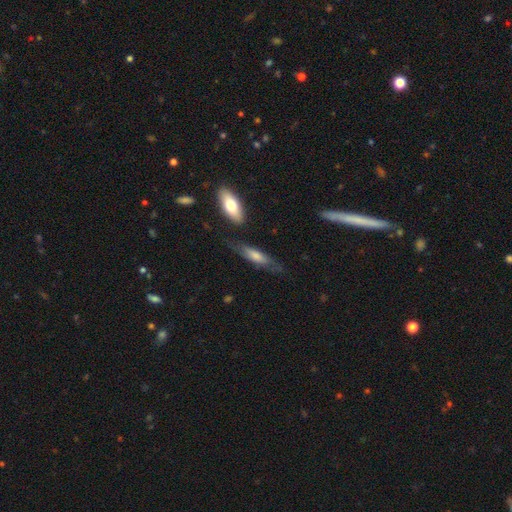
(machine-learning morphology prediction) Smooth or featured: smooth — 59% (featured or disk — 35%)
How rounded: cigar-shaped — 62% (in between — 36%)
Merging: none — 61% (minor disturbance — 23%)